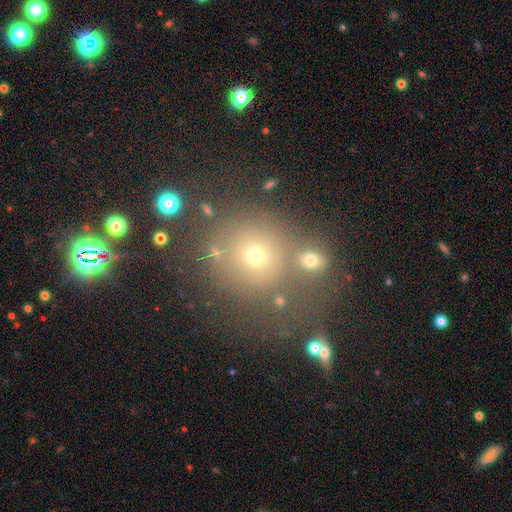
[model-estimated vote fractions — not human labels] The model was most divided on "smooth or featured": smooth: 55%, star or artifact: 31%, featured or disk: 14%. More confident: how rounded — round (89%); merging — none (64%).